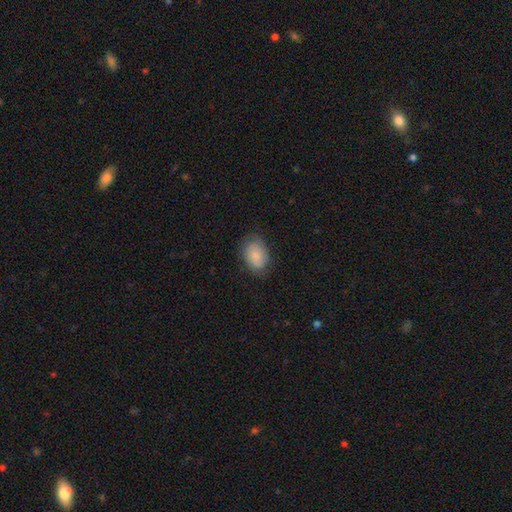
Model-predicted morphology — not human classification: smooth-or-featured: smooth: 81% | featured or disk: 12% | star or artifact: 7%
  how-rounded: in between: 81% | round: 18% | cigar-shaped: 1%
  merging: none: 78% | minor disturbance: 17% | major disturbance: 4% | merger: 1%